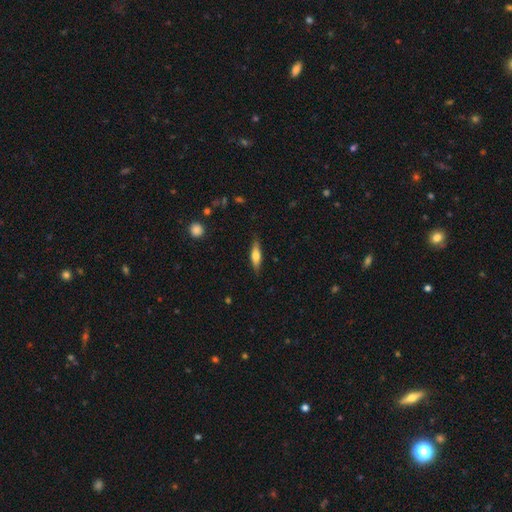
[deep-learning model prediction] A smooth galaxy with no disk features (60%) that is cigar-shaped (61%).

Vote fractions:
- Smooth or featured? smooth: 60% / featured or disk: 33% / star or artifact: 6%
- How rounded? cigar-shaped: 61% / in between: 36% / round: 2%
- Merging? none: 84% / minor disturbance: 12% / major disturbance: 2% / merger: 1%